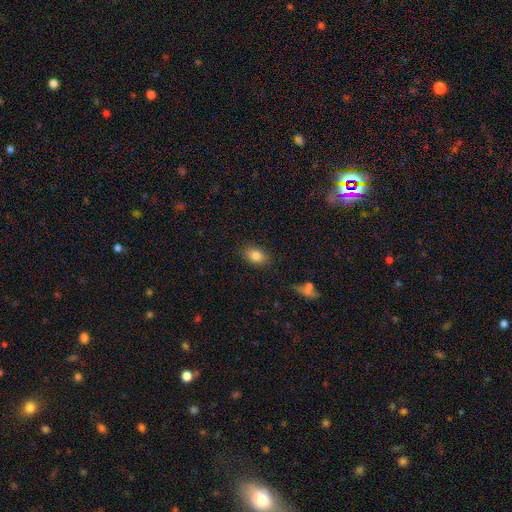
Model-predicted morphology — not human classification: smooth 83%, star or artifact 9%, featured or disk 7%. Down the decision tree: how rounded — in between (82%); merging — none (85%).